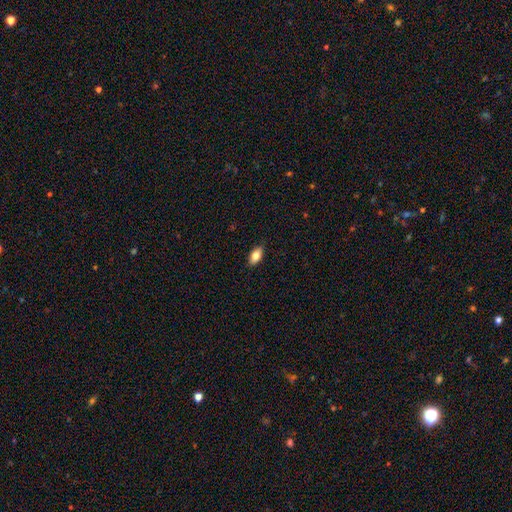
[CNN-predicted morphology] smooth_or_featured: smooth (p=0.79) [alt: featured or disk p=0.14]
how_rounded: in between (p=0.90) [alt: cigar-shaped p=0.07]
merging: none (p=0.86) [alt: minor disturbance p=0.11]